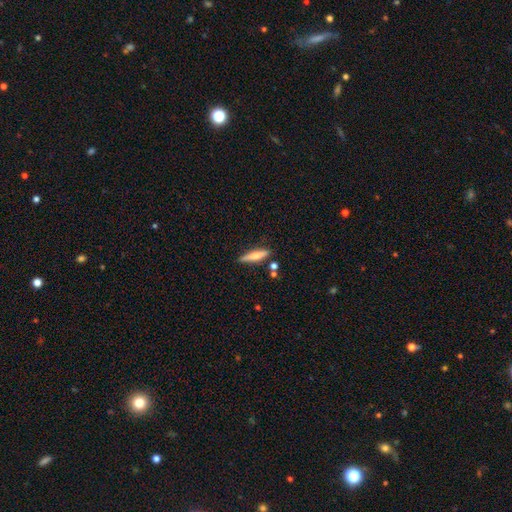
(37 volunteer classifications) This appears to be a smooth galaxy with no disk features (62%) that is cigar-shaped (61%). Merging: none (78%).